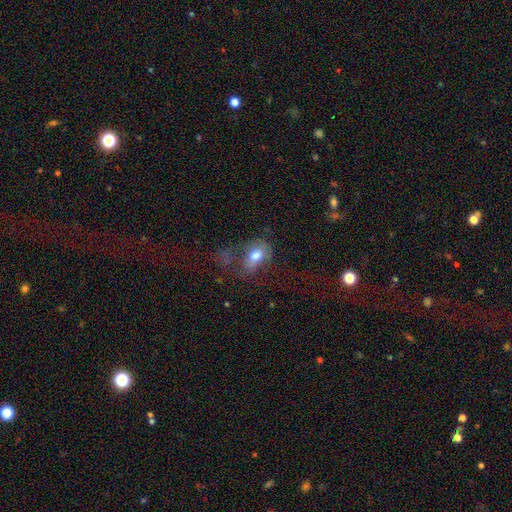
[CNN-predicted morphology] Smooth or featured? smooth (63%)
How rounded? in between (82%)
Merging? major disturbance (42%)